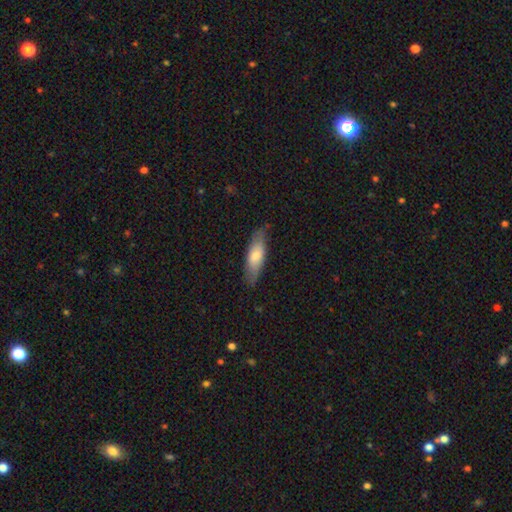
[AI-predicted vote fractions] Smooth or featured? Predicted: smooth (p=0.69). How rounded? Predicted: in between (p=0.55). Merging? Predicted: none (p=0.80).